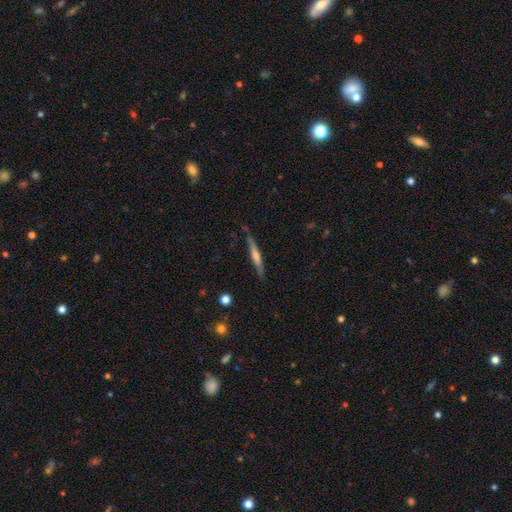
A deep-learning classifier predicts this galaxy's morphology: Smooth or featured: featured or disk — 59% (smooth — 34%)
Edge-on disk: yes — 96% (no — 4%)
Edge-on bulge: rounded — 54% (none — 28%)
Merging: none — 81% (minor disturbance — 14%)